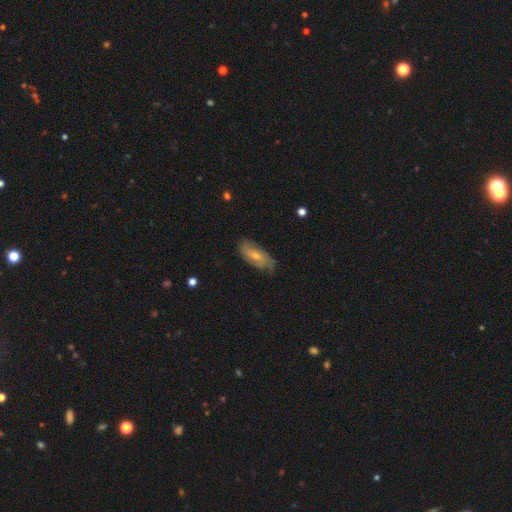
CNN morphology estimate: Smooth or featured? featured or disk (50%)
Merging? none (67%)